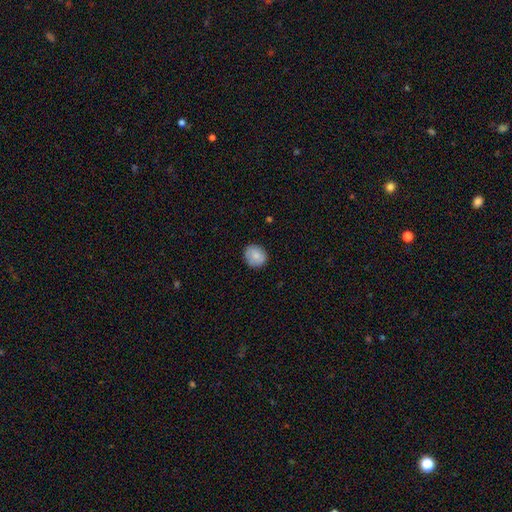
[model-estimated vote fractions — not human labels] Smooth or featured? smooth (81%)
How rounded? round (81%)
Merging? none (84%)